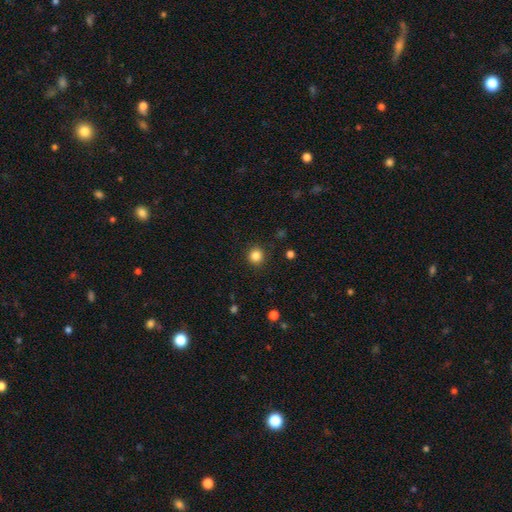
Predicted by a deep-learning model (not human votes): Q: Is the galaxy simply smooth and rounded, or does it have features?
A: smooth — 85%.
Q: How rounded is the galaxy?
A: round — 94%.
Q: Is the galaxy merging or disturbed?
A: none — 91%.